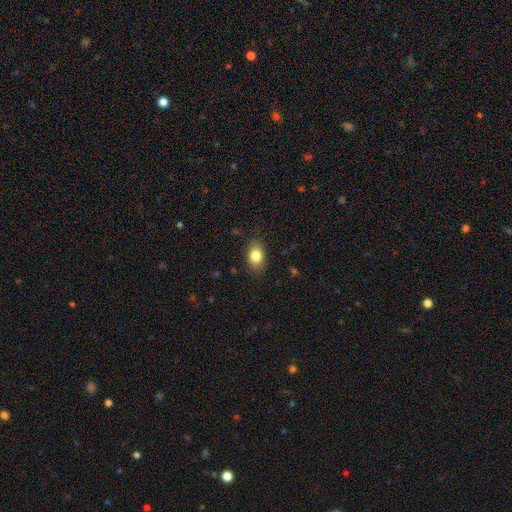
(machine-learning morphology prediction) A smooth galaxy with no disk features (82%) that is in between round and cigar-shaped (81%).

Vote fractions:
- Smooth or featured? smooth: 82% / featured or disk: 9% / star or artifact: 9%
- How rounded? in between: 81% / round: 17% / cigar-shaped: 2%
- Merging? none: 83% / minor disturbance: 13% / major disturbance: 3% / merger: 1%